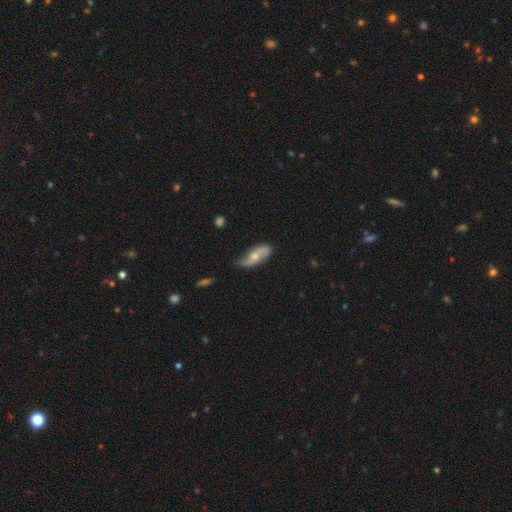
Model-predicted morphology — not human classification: Smooth or featured? Predicted: featured or disk (p=0.57). Edge-on disk? Predicted: no (p=0.86). Merging? Predicted: none (p=0.60).